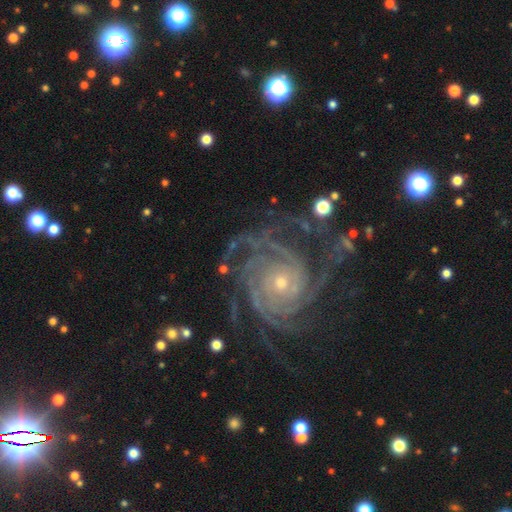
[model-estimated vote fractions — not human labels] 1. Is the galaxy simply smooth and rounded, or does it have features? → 89% featured or disk, 7% star or artifact, 4% smooth.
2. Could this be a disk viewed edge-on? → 97% no, 3% yes.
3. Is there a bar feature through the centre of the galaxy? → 76% no, 17% weak, 7% strong.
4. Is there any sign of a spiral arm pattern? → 98% yes, 2% no.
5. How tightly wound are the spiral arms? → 76% tight, 21% medium, 4% loose.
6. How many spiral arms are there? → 23% 4, 21% can't tell, 18% 3, 16% more than 4, 13% 2, 9% 1.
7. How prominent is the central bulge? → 72% small, 24% moderate, 2% large, 1% none, 1% dominant.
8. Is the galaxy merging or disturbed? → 69% none, 17% minor disturbance, 12% major disturbance, 2% merger.